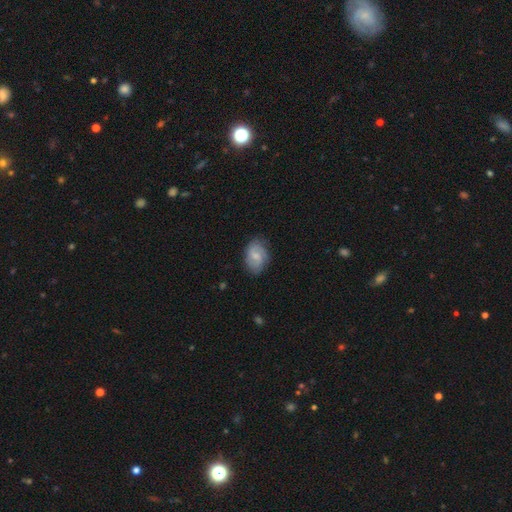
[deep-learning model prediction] Smooth or featured?
  - smooth: 50% *
  - featured or disk: 43%
  - star or artifact: 7%
How rounded?
  - in between: 82% *
  - round: 17%
  - cigar-shaped: 1%
Merging?
  - none: 73% *
  - minor disturbance: 21%
  - major disturbance: 5%
  - merger: 1%